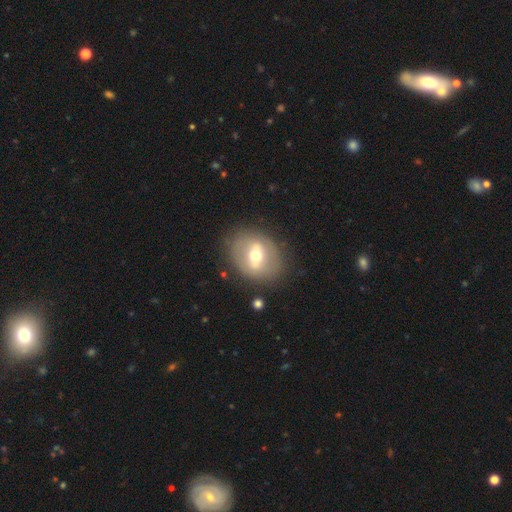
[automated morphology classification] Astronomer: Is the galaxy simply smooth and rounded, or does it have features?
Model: featured or disk — 55% (runner-up: smooth, 38%).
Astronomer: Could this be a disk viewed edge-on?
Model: no — 88%.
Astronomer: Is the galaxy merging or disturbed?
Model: none — 80%.